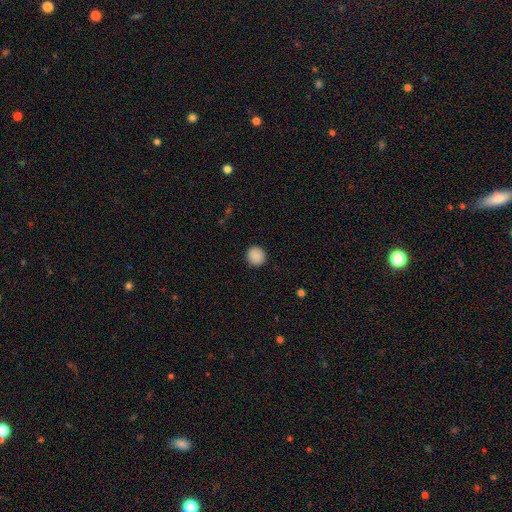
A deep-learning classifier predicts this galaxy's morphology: Overall: smooth (89%). How rounded: round (90%). Merging: none (91%).